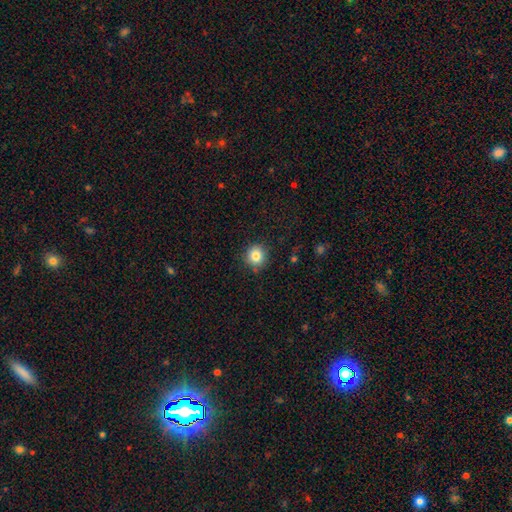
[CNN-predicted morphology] This appears to be a smooth galaxy with no disk features (83%) that is round (91%). Merging: none (87%).